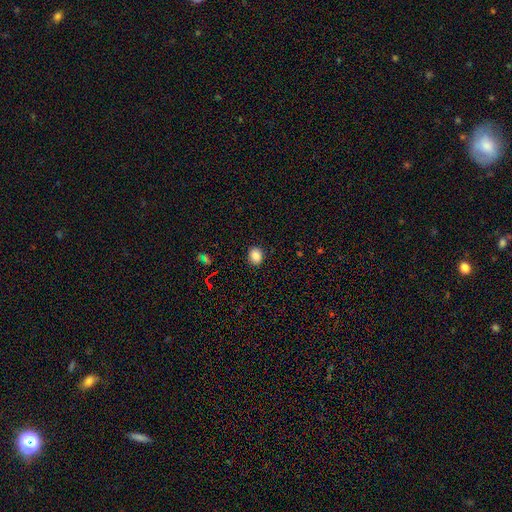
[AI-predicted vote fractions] A smooth galaxy with no disk features (86%) that is round (58%). Merging: none (90%).